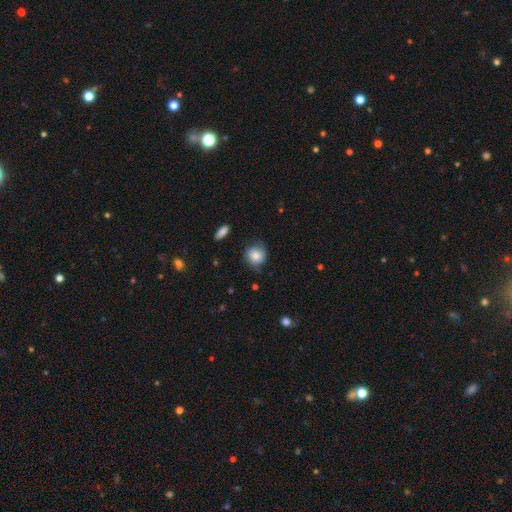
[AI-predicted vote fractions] Morphology: type=smooth (77%); roundness=round (82%); merging=none (67%).